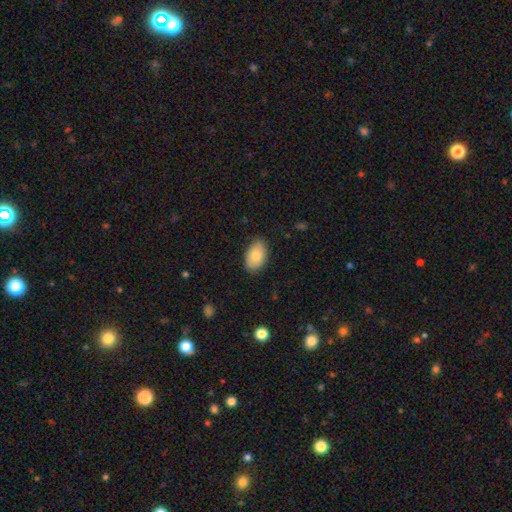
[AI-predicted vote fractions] Smooth or featured? Predicted: smooth (p=0.80). How rounded? Predicted: in between (p=0.92). Merging? Predicted: none (p=0.82).